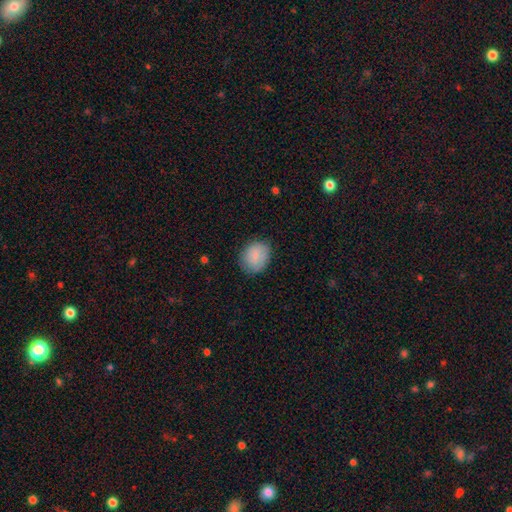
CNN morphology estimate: A smooth galaxy with no disk features (84%) that is round (57%). Merging: none (79%).